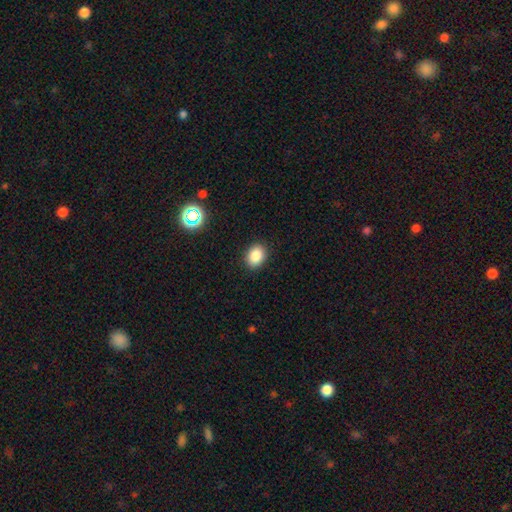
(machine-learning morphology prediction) A smooth galaxy with no disk features (86%) that is in between round and cigar-shaped (63%).

Vote fractions:
- Smooth or featured? smooth: 86% / star or artifact: 10% / featured or disk: 4%
- How rounded? in between: 63% / round: 36% / cigar-shaped: 1%
- Merging? none: 90% / minor disturbance: 7% / major disturbance: 2% / merger: 1%